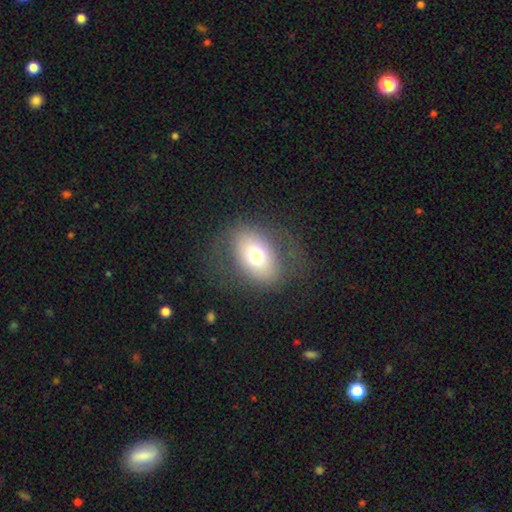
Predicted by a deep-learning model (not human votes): Smooth or featured? smooth (66%)
How rounded? in between (72%)
Merging? none (72%)